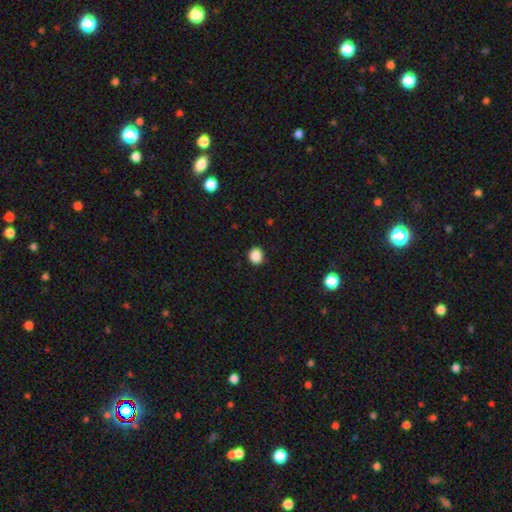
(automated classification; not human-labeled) smooth-or-featured: smooth: 88% | star or artifact: 10% | featured or disk: 2%
  how-rounded: round: 77% | in between: 22% | cigar-shaped: 1%
  merging: none: 91% | minor disturbance: 6% | major disturbance: 2% | merger: 1%